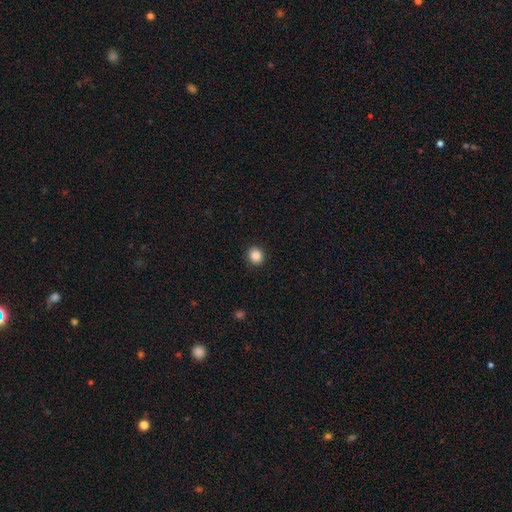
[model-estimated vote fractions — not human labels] Smooth or featured: smooth — 86% (star or artifact — 10%)
How rounded: round — 84% (in between — 15%)
Merging: none — 92% (minor disturbance — 6%)